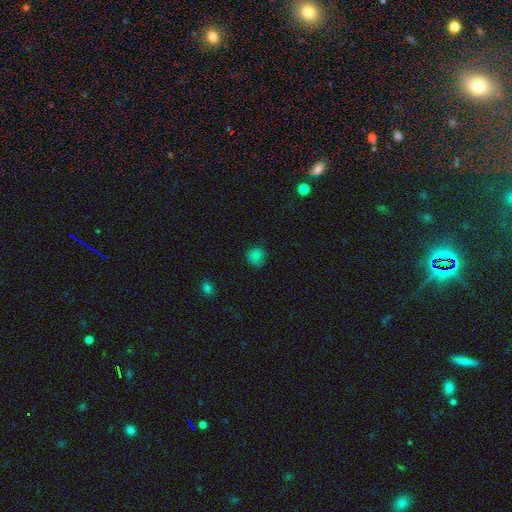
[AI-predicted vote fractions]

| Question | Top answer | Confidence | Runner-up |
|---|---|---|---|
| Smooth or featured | smooth | 80% | star or artifact (16%) |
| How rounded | round | 88% | in between (11%) |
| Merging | none | 82% | minor disturbance (13%) |